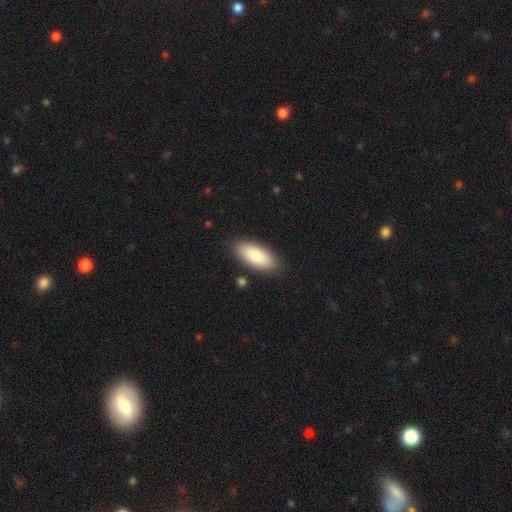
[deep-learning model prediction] smooth 87%, featured or disk 8%, star or artifact 5%. Down the decision tree: how rounded — in between (85%); merging — none (85%).